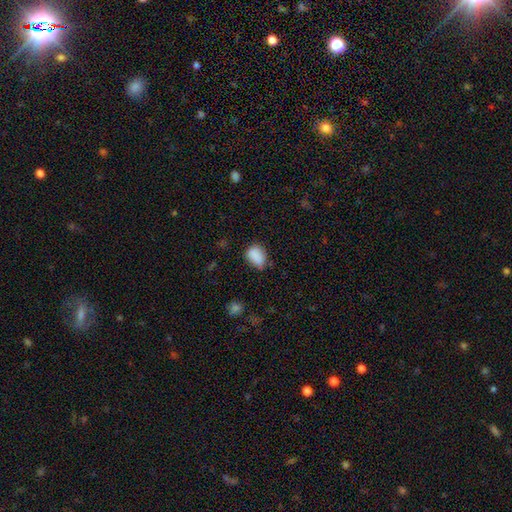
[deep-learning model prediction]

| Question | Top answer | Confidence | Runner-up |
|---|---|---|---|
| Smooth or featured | smooth | 86% | star or artifact (9%) |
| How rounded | in between | 75% | round (23%) |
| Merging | none | 59% | minor disturbance (32%) |